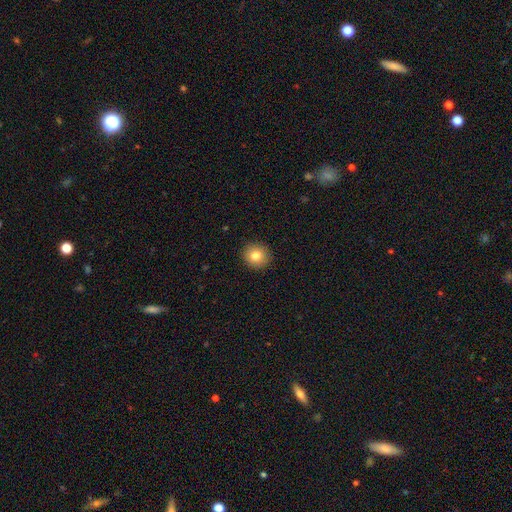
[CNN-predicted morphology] This appears to be a smooth galaxy with no disk features (81%) that is round (91%). Merging: none (92%).